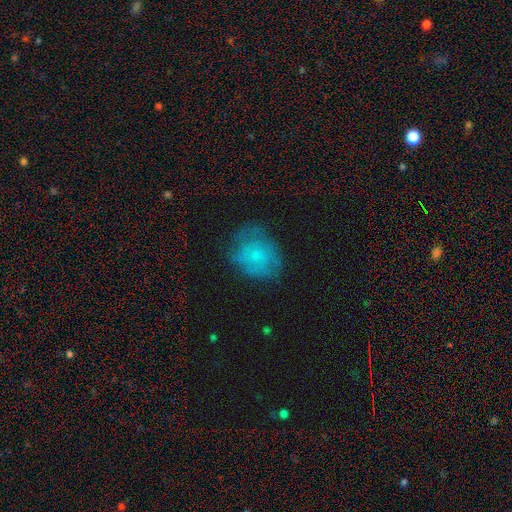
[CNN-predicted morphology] Smooth or featured?
  - smooth: 57% *
  - featured or disk: 33%
  - star or artifact: 11%
How rounded?
  - round: 55% *
  - in between: 44%
  - cigar-shaped: 1%
Merging?
  - none: 59% *
  - minor disturbance: 26%
  - major disturbance: 13%
  - merger: 2%